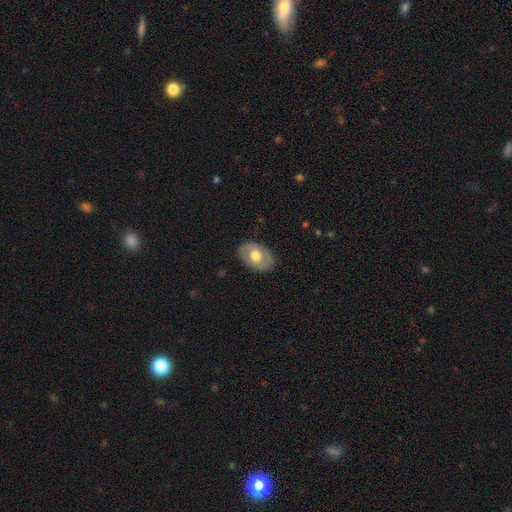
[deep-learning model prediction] smooth-or-featured: smooth: 53% | featured or disk: 42% | star or artifact: 5%
  how-rounded: in between: 81% | round: 18% | cigar-shaped: 1%
  merging: none: 85% | minor disturbance: 11% | major disturbance: 3% | merger: 1%